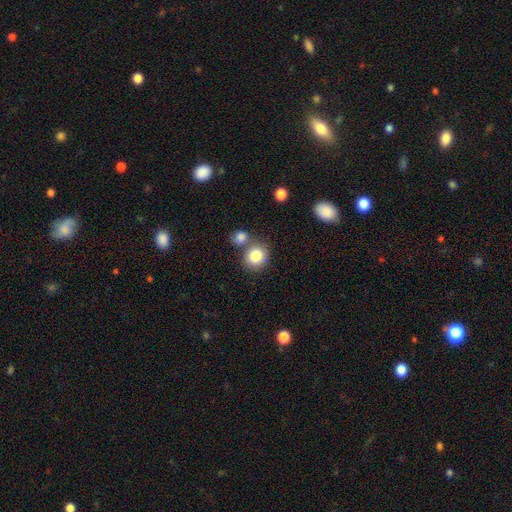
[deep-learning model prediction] Smooth or featured? Predicted: smooth (p=0.82). How rounded? Predicted: round (p=0.79). Merging? Predicted: none (p=0.61).